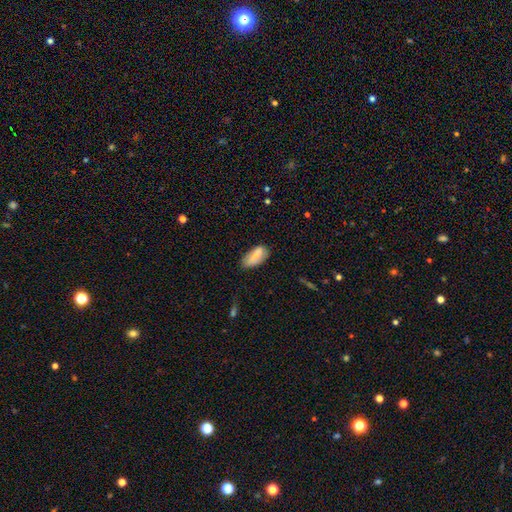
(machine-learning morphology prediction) A smooth galaxy with no disk features (75%) that is in between round and cigar-shaped (88%). Merging: none (72%).